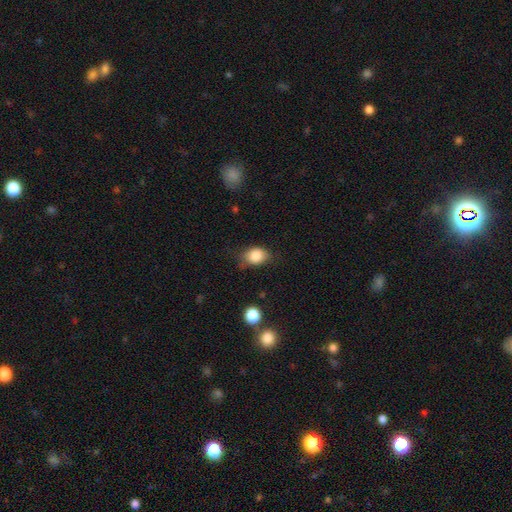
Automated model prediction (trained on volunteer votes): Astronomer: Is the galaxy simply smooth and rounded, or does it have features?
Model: smooth — 84%.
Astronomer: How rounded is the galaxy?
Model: in between — 66%.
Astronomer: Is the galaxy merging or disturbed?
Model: none — 63%.